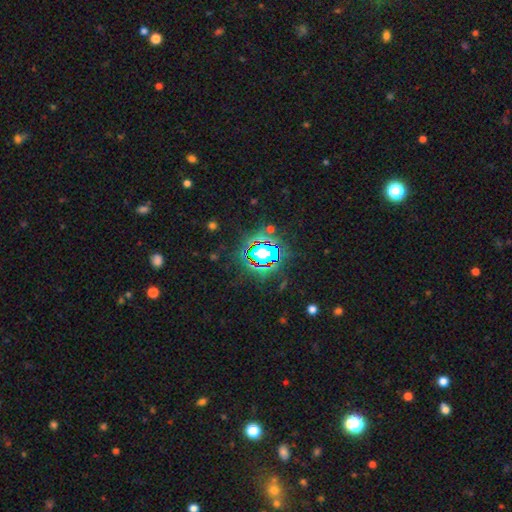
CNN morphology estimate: A star or artifact, not a galaxy (80%).